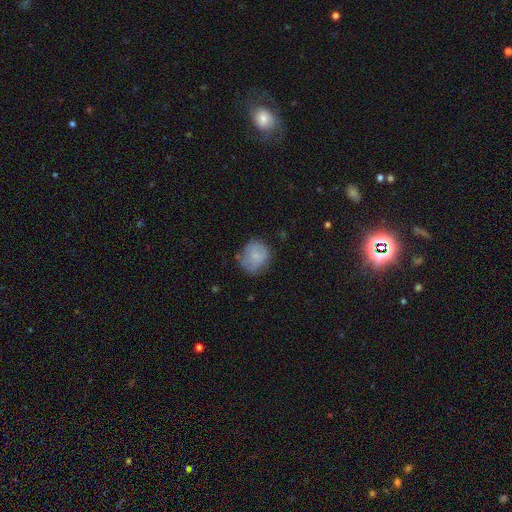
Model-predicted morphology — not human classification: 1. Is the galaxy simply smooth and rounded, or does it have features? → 76% smooth, 17% featured or disk, 8% star or artifact.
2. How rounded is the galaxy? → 75% round, 24% in between, 1% cigar-shaped.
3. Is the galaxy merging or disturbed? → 59% none, 29% minor disturbance, 9% major disturbance, 3% merger.